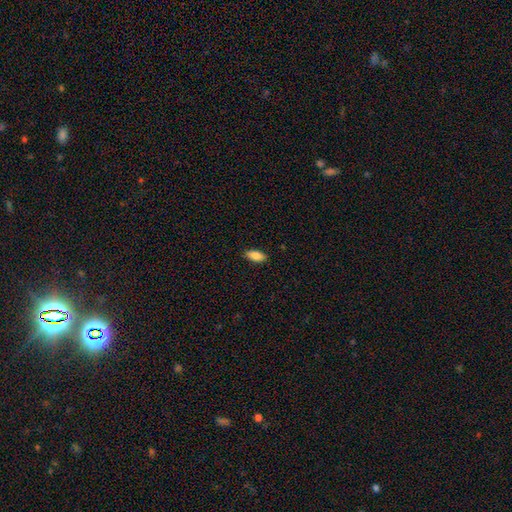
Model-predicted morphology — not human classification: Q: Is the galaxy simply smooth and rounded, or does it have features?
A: smooth — 86%.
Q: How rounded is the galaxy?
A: in between — 89%.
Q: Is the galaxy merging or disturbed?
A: none — 88%.